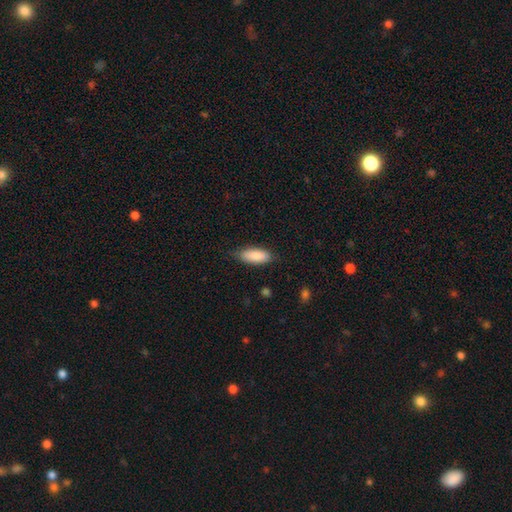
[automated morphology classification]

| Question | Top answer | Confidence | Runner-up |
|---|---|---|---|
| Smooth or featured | smooth | 86% | featured or disk (8%) |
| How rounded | in between | 81% | cigar-shaped (17%) |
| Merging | none | 77% | minor disturbance (19%) |